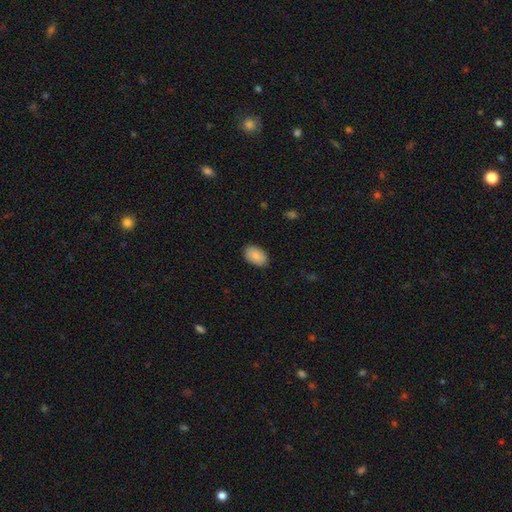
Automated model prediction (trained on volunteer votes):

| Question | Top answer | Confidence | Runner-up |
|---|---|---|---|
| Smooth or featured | smooth | 89% | star or artifact (6%) |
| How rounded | in between | 91% | round (8%) |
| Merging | none | 87% | minor disturbance (10%) |